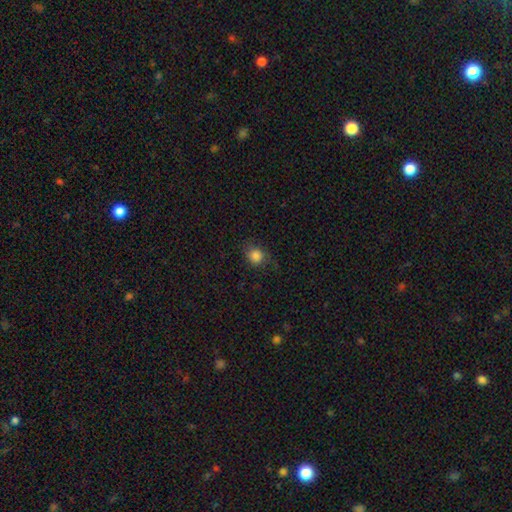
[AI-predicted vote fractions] smooth 83%, star or artifact 10%, featured or disk 6%. Down the decision tree: how rounded — round (75%); merging — none (71%).